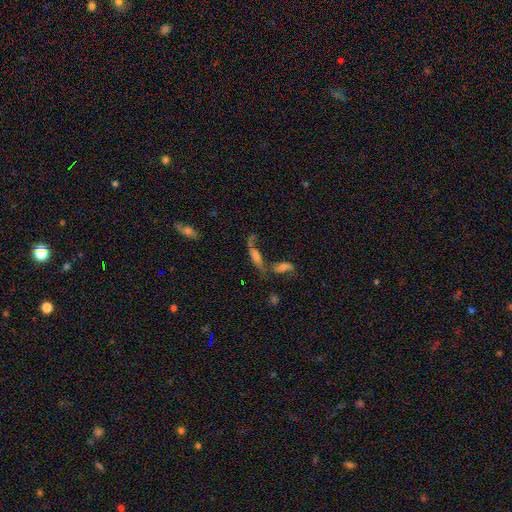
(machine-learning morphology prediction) This appears to be a featured or disk galaxy (46%). Merging: merger (47%).